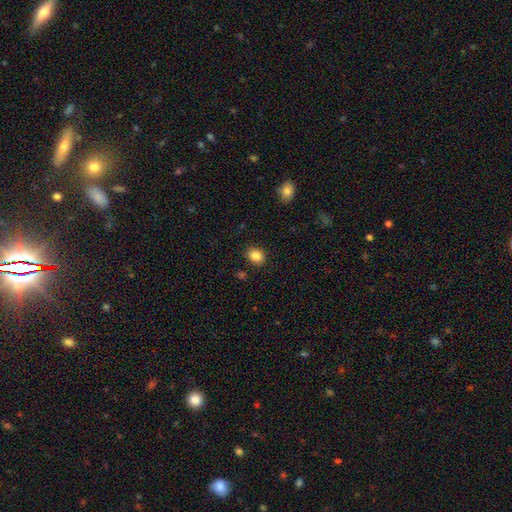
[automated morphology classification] smooth_or_featured: smooth (p=0.86) [alt: star or artifact p=0.10]
how_rounded: round (p=0.57) [alt: in between p=0.42]
merging: none (p=0.88) [alt: minor disturbance p=0.08]